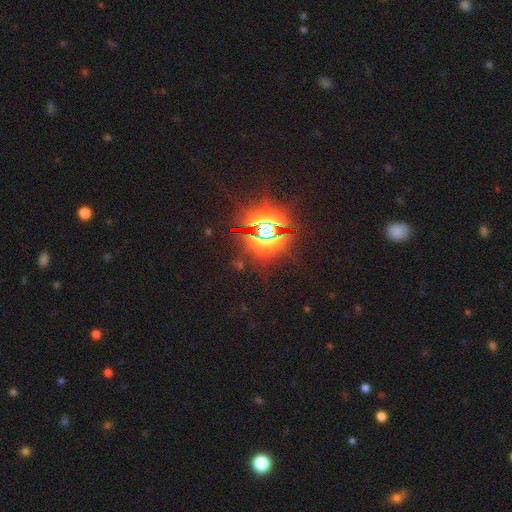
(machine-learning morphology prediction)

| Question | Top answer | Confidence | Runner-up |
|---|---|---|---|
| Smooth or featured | star or artifact | 86% | smooth (8%) |